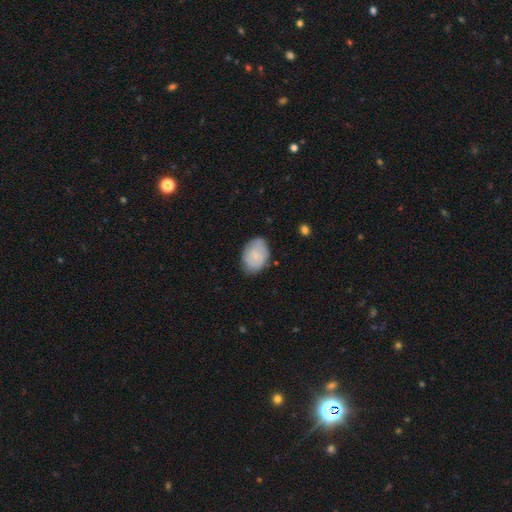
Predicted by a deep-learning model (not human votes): Smooth or featured: smooth — 77% (featured or disk — 16%)
How rounded: in between — 77% (round — 22%)
Merging: none — 71% (minor disturbance — 23%)